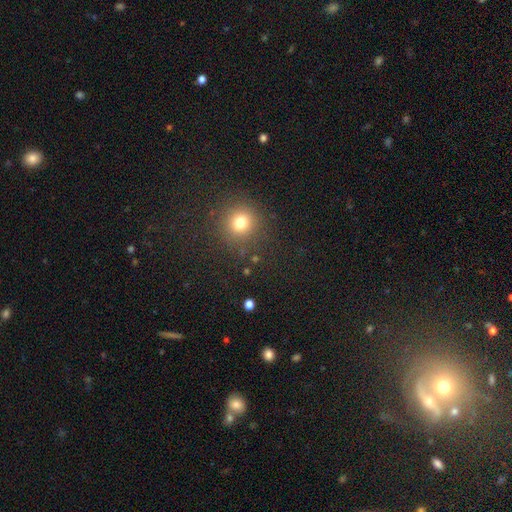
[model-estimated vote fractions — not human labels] smooth-or-featured: smooth: 64% | star or artifact: 30% | featured or disk: 6%
  how-rounded: round: 94% | in between: 5% | cigar-shaped: 1%
  merging: none: 89% | minor disturbance: 6% | major disturbance: 3% | merger: 2%